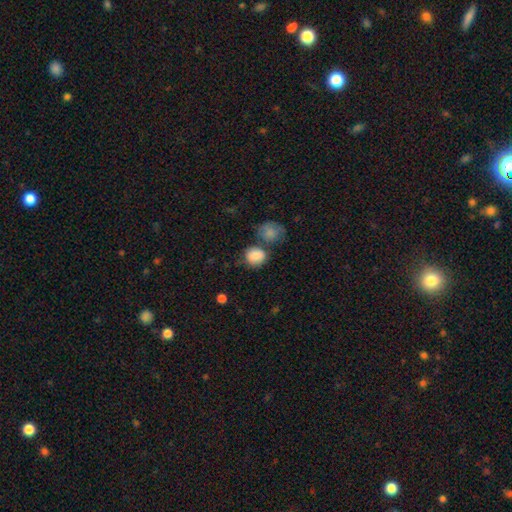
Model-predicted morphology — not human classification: Smooth or featured: smooth — 86% (star or artifact — 8%)
How rounded: round — 69% (in between — 30%)
Merging: none — 55% (merger — 22%)